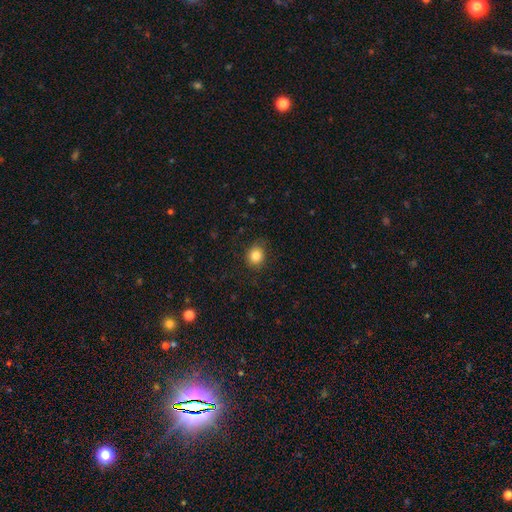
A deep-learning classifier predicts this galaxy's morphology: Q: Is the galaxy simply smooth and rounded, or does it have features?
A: smooth — 84%.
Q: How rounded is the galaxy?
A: round — 76%.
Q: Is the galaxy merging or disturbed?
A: none — 83%.